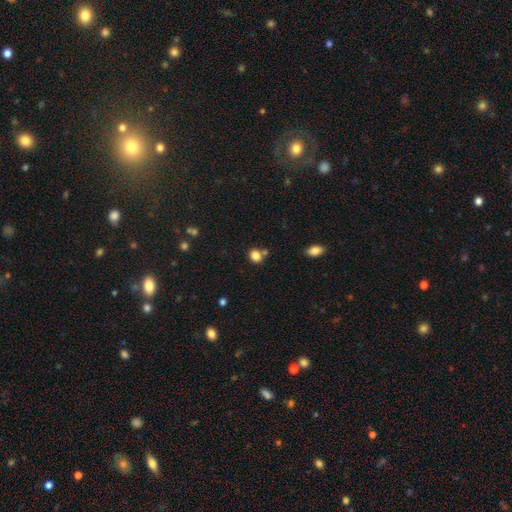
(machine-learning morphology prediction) smooth_or_featured: smooth (p=0.83) [alt: star or artifact p=0.11]
how_rounded: round (p=0.57) [alt: in between p=0.42]
merging: none (p=0.63) [alt: merger p=0.20]